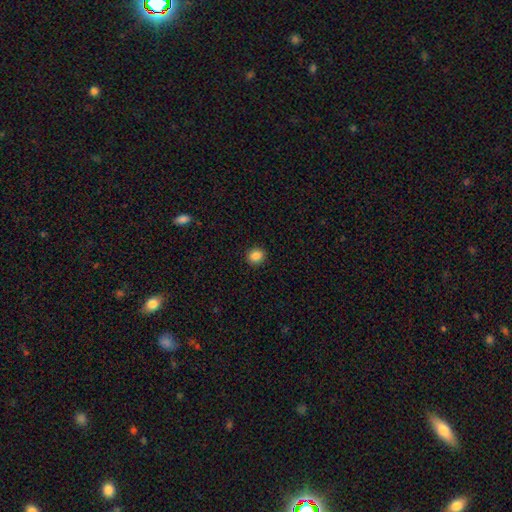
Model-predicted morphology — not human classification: The model was most divided on "how rounded": round: 76%, in between: 23%, cigar-shaped: 1%. More confident: merging — none (91%); smooth or featured — smooth (87%).